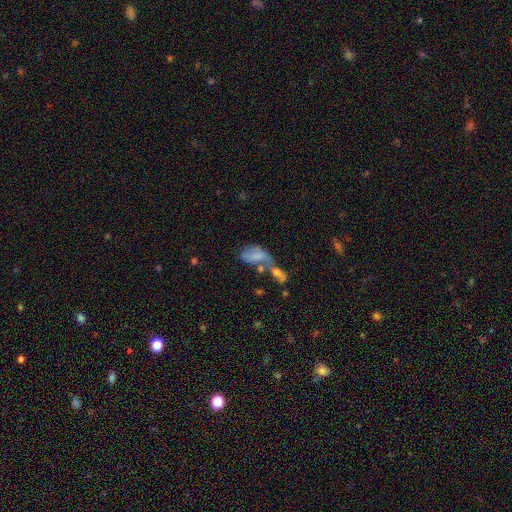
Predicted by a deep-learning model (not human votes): The model was most divided on "smooth or featured": smooth: 60%, featured or disk: 29%, star or artifact: 10%. More confident: how rounded — in between (87%); merging — merger (55%).